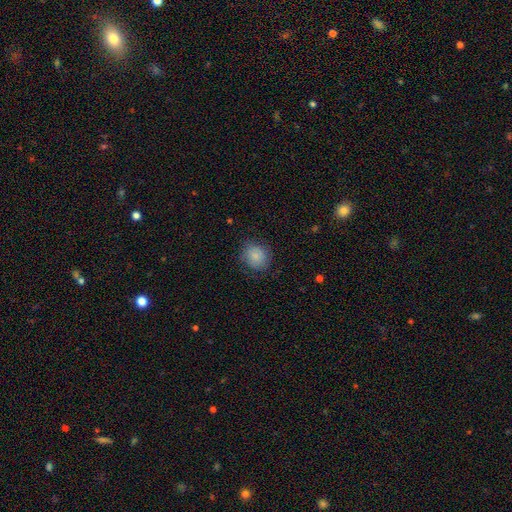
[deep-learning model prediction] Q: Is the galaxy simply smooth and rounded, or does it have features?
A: smooth — 84%.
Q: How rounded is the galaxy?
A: round — 80%.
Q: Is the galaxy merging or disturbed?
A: none — 79%.